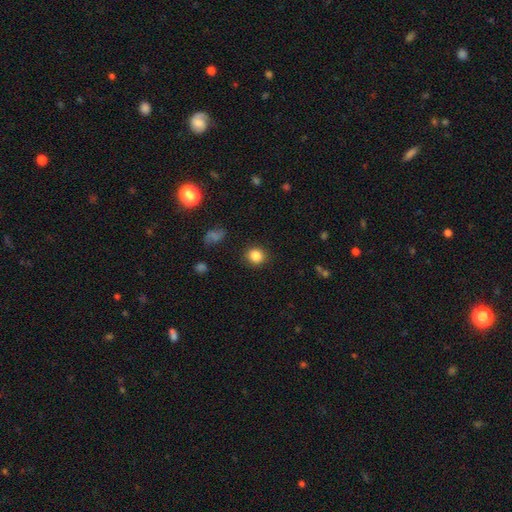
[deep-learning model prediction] Overall: smooth (84%). How rounded: round (84%). Merging: none (89%).